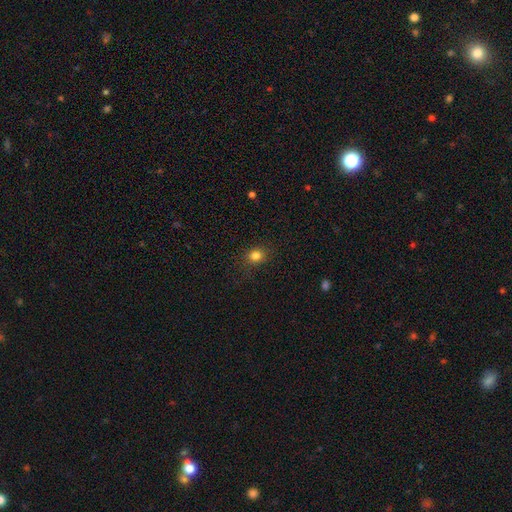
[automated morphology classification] smooth 82%, star or artifact 13%, featured or disk 5%. Down the decision tree: how rounded — round (68%); merging — none (86%).